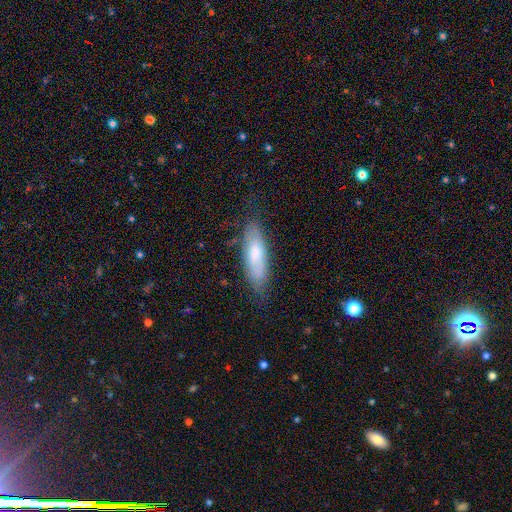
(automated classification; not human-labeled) A smooth galaxy with no disk features (67%) that is cigar-shaped (51%). Merging: none (72%).